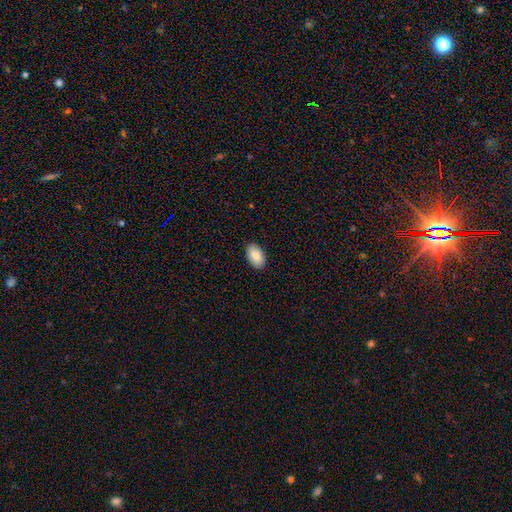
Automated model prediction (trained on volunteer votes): The model was most divided on "smooth or featured": smooth: 83%, featured or disk: 10%, star or artifact: 7%. More confident: how rounded — in between (93%); merging — none (89%).